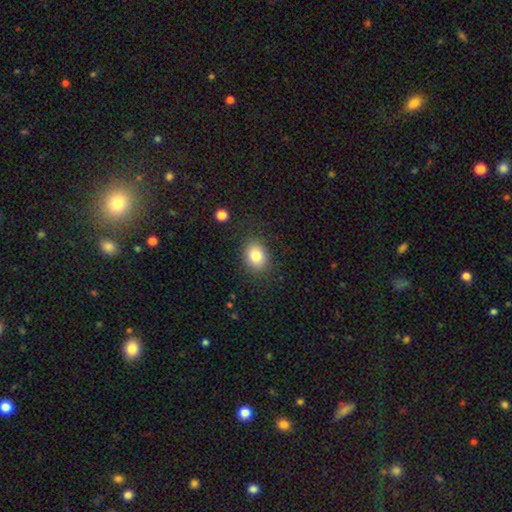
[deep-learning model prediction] Smooth or featured? Predicted: smooth (p=0.82). How rounded? Predicted: in between (p=0.51). Merging? Predicted: none (p=0.82).